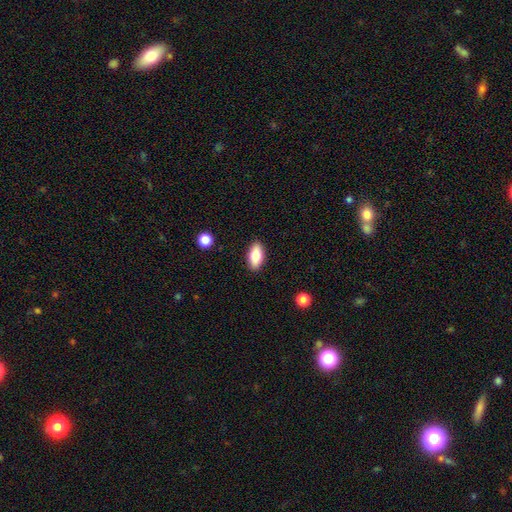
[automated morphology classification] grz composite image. It shows a smooth galaxy with no disk features (81%) that is in between round and cigar-shaped (88%). Merging: none (89%).